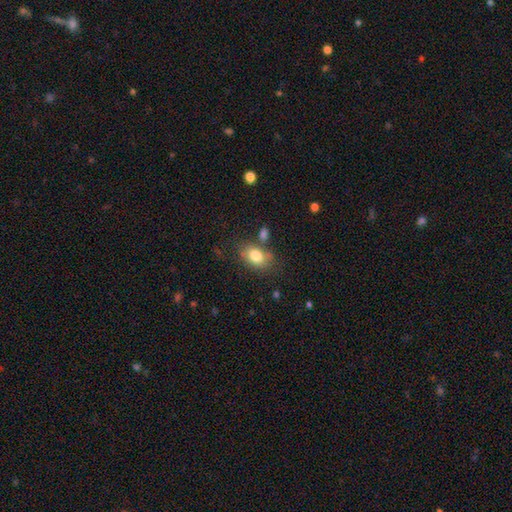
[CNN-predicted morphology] smooth 80%, featured or disk 11%, star or artifact 8%. Down the decision tree: how rounded — in between (80%); merging — none (67%).